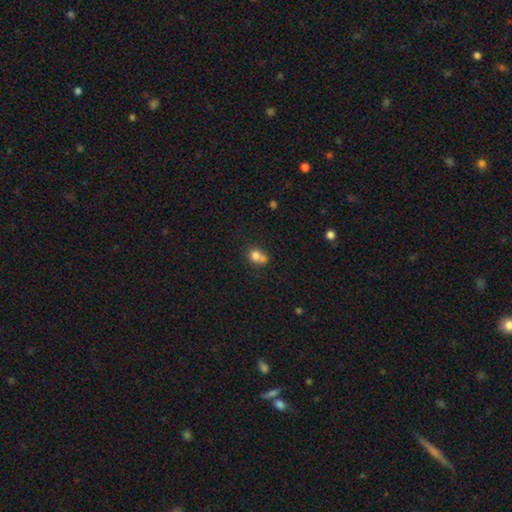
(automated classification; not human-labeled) Overall: smooth (77%). How rounded: round (72%). Merging: merger (47%; none 36%).